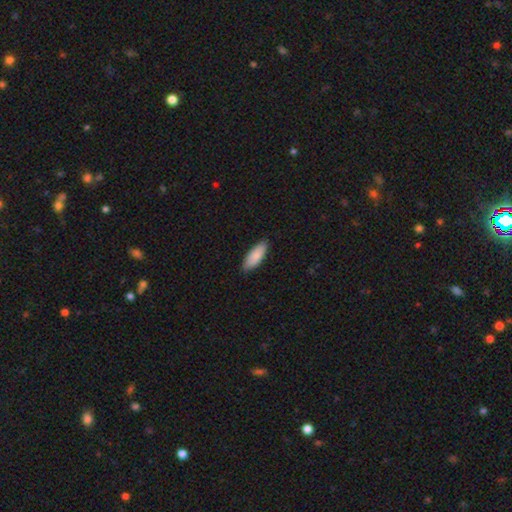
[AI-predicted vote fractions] smooth 86%, featured or disk 8%, star or artifact 5%. Down the decision tree: how rounded — in between (74%); merging — none (86%).